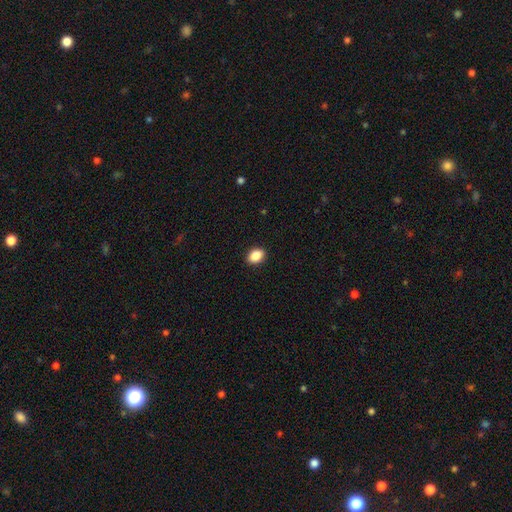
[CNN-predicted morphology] smooth 88%, star or artifact 8%, featured or disk 3%. Down the decision tree: how rounded — in between (73%); merging — none (91%).